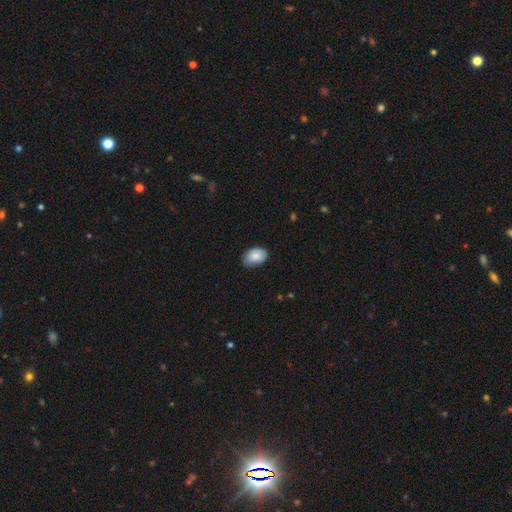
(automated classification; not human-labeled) smooth 82%, featured or disk 11%, star or artifact 7%. Down the decision tree: how rounded — in between (88%); merging — none (74%).